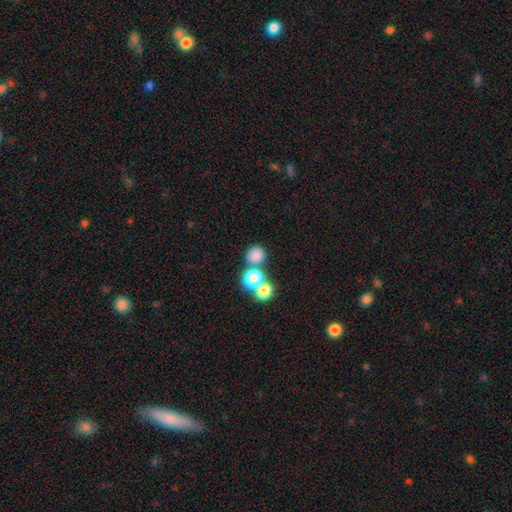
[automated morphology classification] smooth_or_featured: smooth (p=0.76) [alt: star or artifact p=0.15]
how_rounded: round (p=0.83) [alt: in between p=0.16]
merging: none (p=0.54) [alt: merger p=0.34]